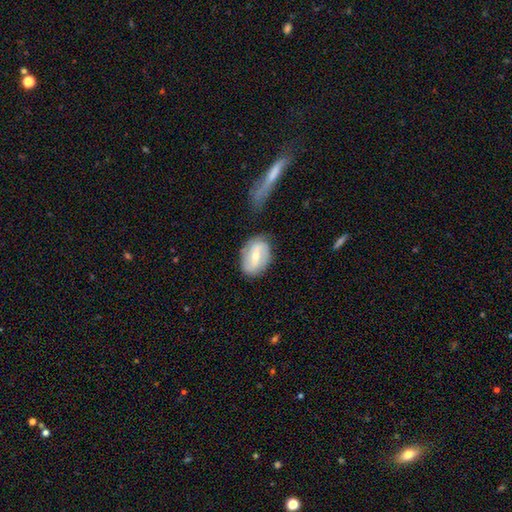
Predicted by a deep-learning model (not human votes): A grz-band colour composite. It shows a featured or disk galaxy (59%) with a strong bar (43%), spiral arms (70%) and a moderate central bulge (51%). Merging: none (76%).